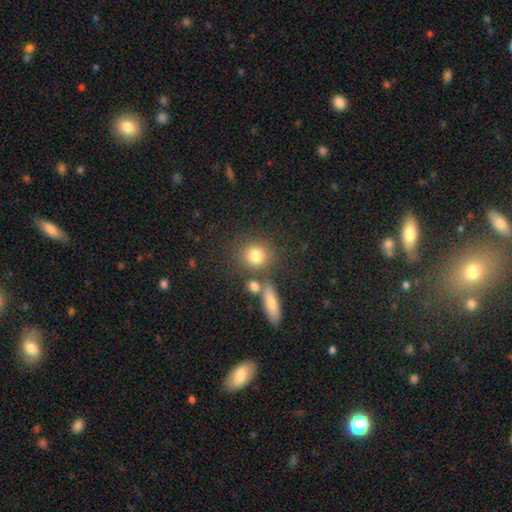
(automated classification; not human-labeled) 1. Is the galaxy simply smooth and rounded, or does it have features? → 80% smooth, 11% star or artifact, 9% featured or disk.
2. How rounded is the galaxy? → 82% round, 15% in between, 2% cigar-shaped.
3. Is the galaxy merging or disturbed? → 69% none, 16% merger, 10% minor disturbance, 5% major disturbance.